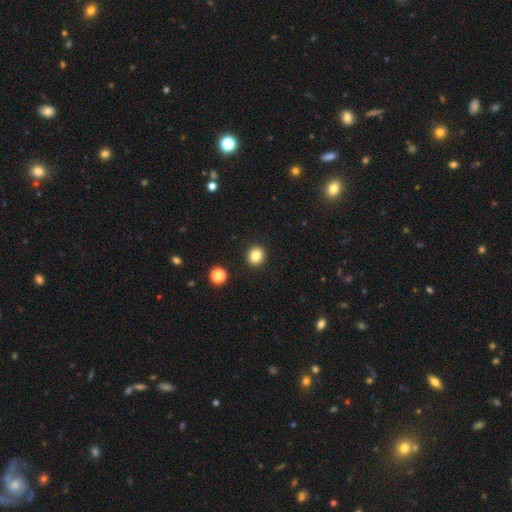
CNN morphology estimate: Smooth or featured? Predicted: smooth (p=0.83). How rounded? Predicted: round (p=0.82). Merging? Predicted: none (p=0.92).